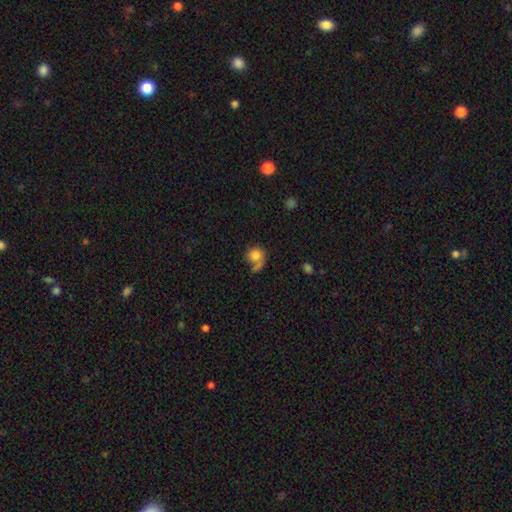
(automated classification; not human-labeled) A smooth galaxy with no disk features (77%) that is round (80%).

Vote fractions:
- Smooth or featured? smooth: 77% / featured or disk: 14% / star or artifact: 9%
- How rounded? round: 80% / in between: 19% / cigar-shaped: 1%
- Merging? none: 41% / merger: 28% / minor disturbance: 16% / major disturbance: 15%